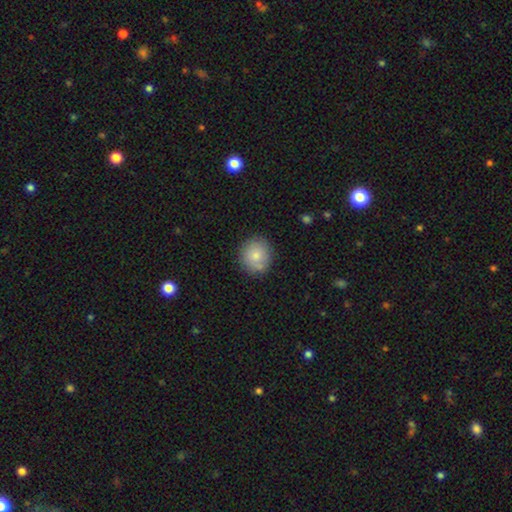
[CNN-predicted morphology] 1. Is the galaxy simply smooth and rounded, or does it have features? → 79% smooth, 13% featured or disk, 8% star or artifact.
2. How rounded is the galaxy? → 87% round, 12% in between, 1% cigar-shaped.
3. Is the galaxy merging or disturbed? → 79% none, 14% minor disturbance, 4% merger, 3% major disturbance.